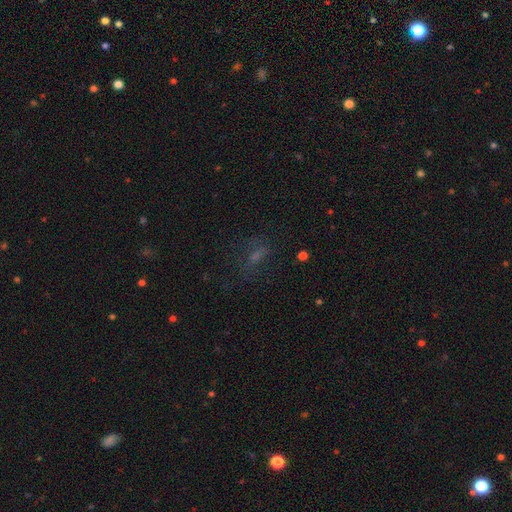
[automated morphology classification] The model was most divided on "smooth or featured": smooth: 42%, star or artifact: 34%, featured or disk: 24%. More confident: merging — none (63%).